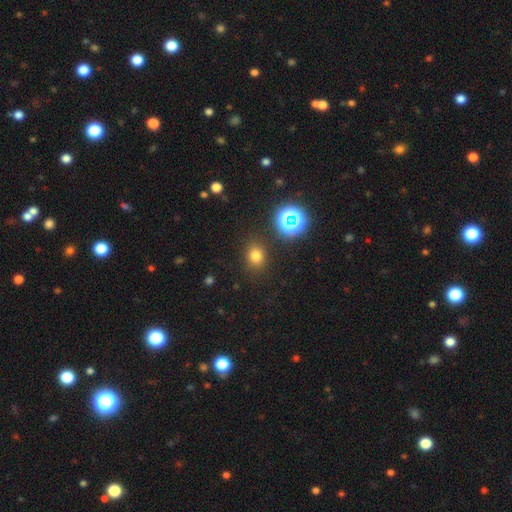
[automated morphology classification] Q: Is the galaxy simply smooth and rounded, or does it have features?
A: smooth — 74%.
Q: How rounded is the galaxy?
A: round — 66%.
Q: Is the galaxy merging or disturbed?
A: none — 85%.